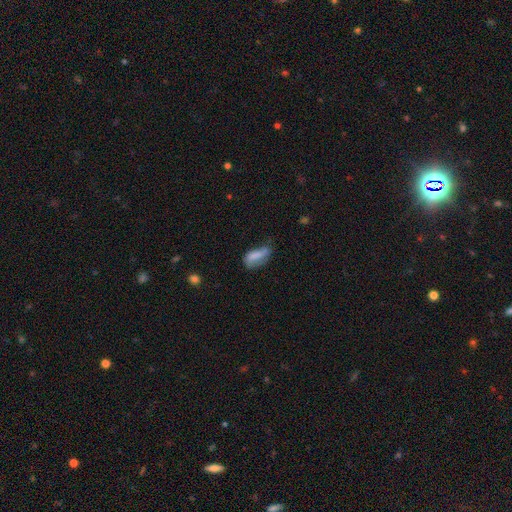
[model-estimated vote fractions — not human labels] This appears to be a smooth galaxy with no disk features (64%) that is in between round and cigar-shaped (78%). Merging: none (36%).